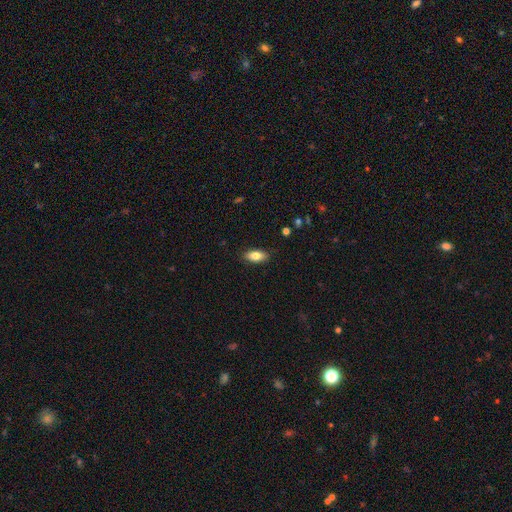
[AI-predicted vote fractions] Morphology: type=smooth (82%); roundness=in between (87%); merging=none (88%).